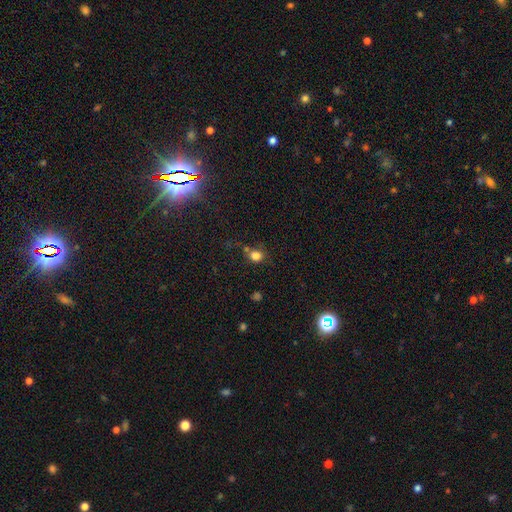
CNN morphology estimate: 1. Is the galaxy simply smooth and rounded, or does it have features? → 80% smooth, 14% star or artifact, 6% featured or disk.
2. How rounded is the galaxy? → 74% round, 25% in between, 1% cigar-shaped.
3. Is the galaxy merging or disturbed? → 61% none, 18% minor disturbance, 12% merger, 9% major disturbance.